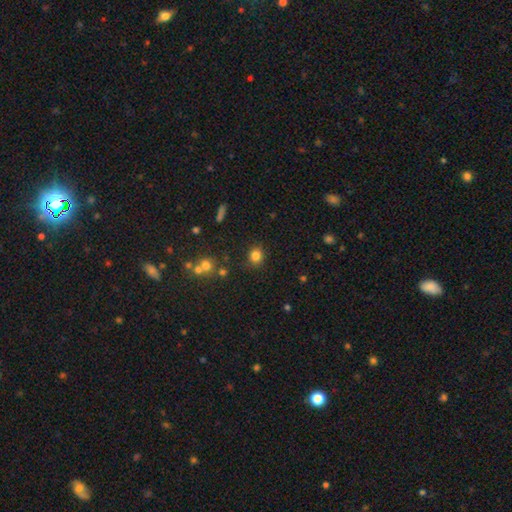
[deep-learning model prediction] A smooth galaxy with no disk features (81%) that is round (82%). Merging: none (85%).